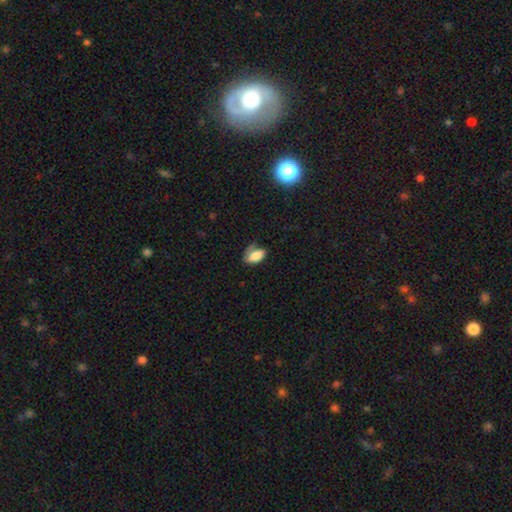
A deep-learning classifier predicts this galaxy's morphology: smooth-or-featured: smooth: 77% | featured or disk: 15% | star or artifact: 8%
  how-rounded: in between: 91% | round: 6% | cigar-shaped: 3%
  merging: none: 43% | minor disturbance: 34% | major disturbance: 19% | merger: 4%